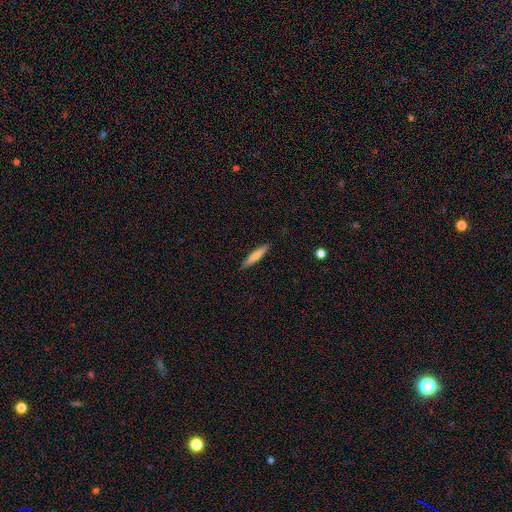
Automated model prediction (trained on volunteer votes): The model was most divided on "smooth or featured": smooth: 70%, featured or disk: 24%, star or artifact: 6%. More confident: how rounded — cigar-shaped (91%); merging — none (90%).